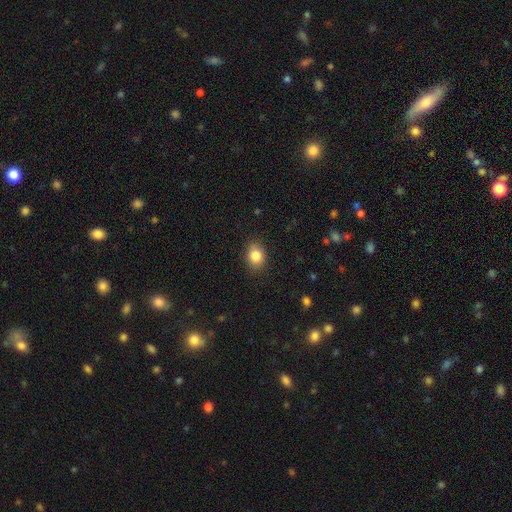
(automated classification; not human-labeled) Smooth or featured? smooth (84%)
How rounded? in between (57%)
Merging? none (84%)